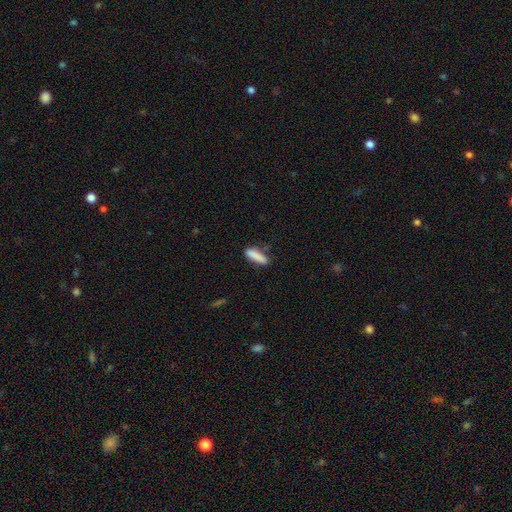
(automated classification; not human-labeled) Overall: smooth (86%). How rounded: cigar-shaped (67%; in between 31%). Merging: none (75%).